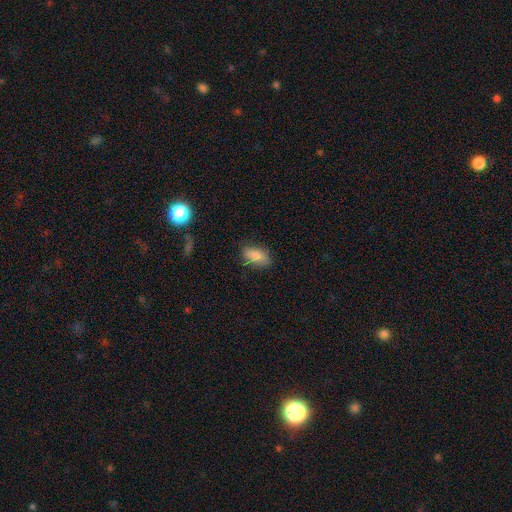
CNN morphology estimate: A smooth galaxy with no disk features (86%) that is in between round and cigar-shaped (90%).

Vote fractions:
- Smooth or featured? smooth: 86% / star or artifact: 8% / featured or disk: 7%
- How rounded? in between: 90% / cigar-shaped: 6% / round: 4%
- Merging? none: 76% / minor disturbance: 18% / major disturbance: 4% / merger: 1%